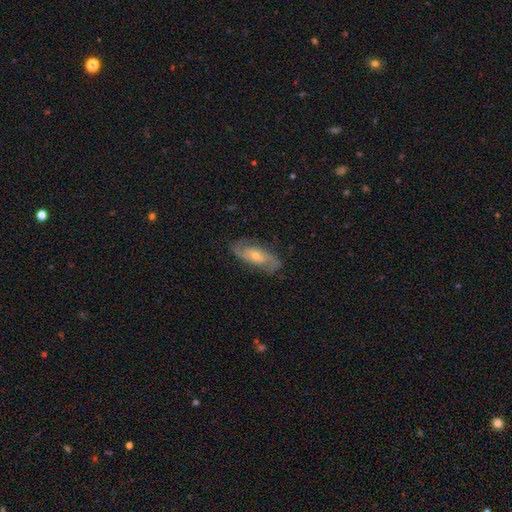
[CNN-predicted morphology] smooth-or-featured: featured or disk: 79% | smooth: 15% | star or artifact: 6%
  disk-edge-on: no: 91% | yes: 9%
    bar: no: 56% | weak: 34% | strong: 10%
    has-spiral-arms: yes: 93% | no: 7%
      spiral-winding: medium: 46% | tight: 32% | loose: 22%
      spiral-arm-count: 2: 80% | can't tell: 10% | 3: 4% | 1: 2% | 4: 2% | more than 4: 2%
    bulge-size: small: 50% | moderate: 46% | large: 2% | none: 1% | dominant: 1%
  merging: none: 79% | minor disturbance: 15% | major disturbance: 5% | merger: 1%